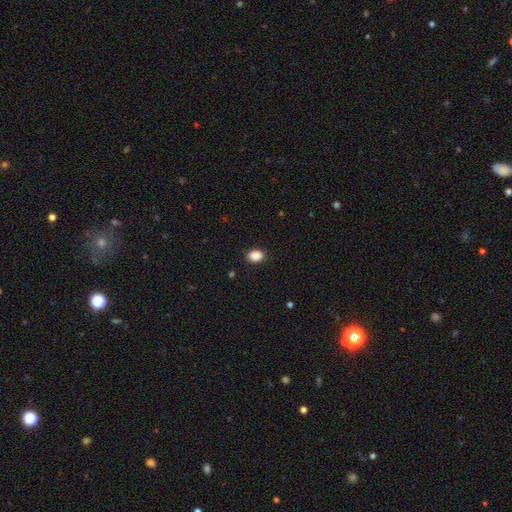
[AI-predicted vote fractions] Smooth or featured: smooth — 89% (star or artifact — 8%)
How rounded: in between — 76% (round — 23%)
Merging: none — 89% (minor disturbance — 8%)